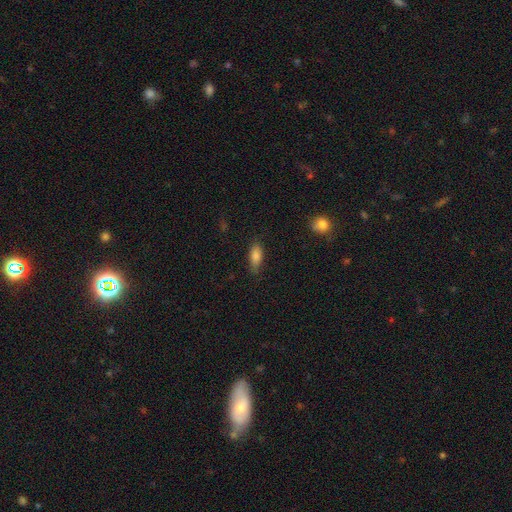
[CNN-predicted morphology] smooth 82%, featured or disk 10%, star or artifact 8%. Down the decision tree: how rounded — in between (78%); merging — none (77%).